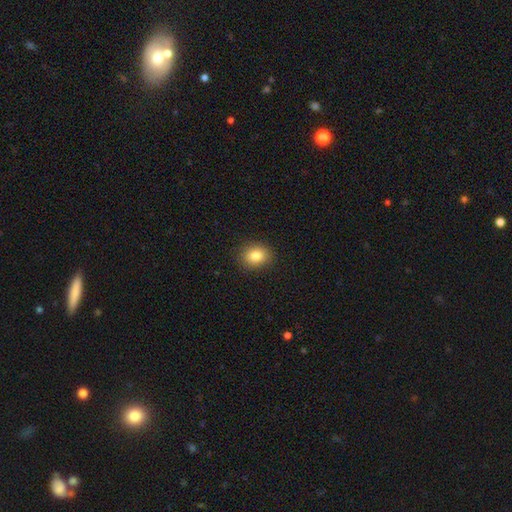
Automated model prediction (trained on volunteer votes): smooth_or_featured: smooth (p=0.84) [alt: star or artifact p=0.10]
how_rounded: round (p=0.56) [alt: in between p=0.43]
merging: none (p=0.89) [alt: minor disturbance p=0.08]